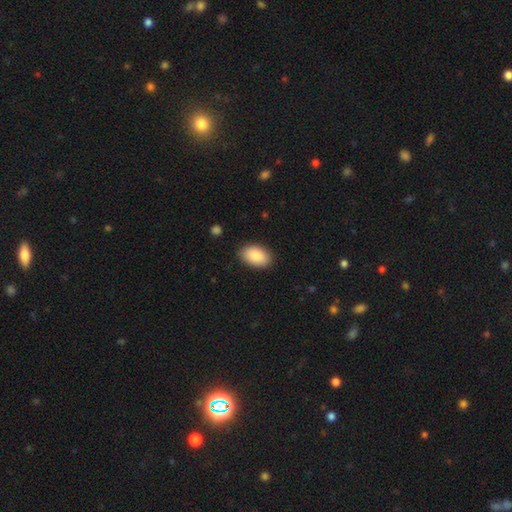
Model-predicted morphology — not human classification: This appears to be a smooth galaxy with no disk features (88%) that is in between round and cigar-shaped (93%). Merging: none (87%).